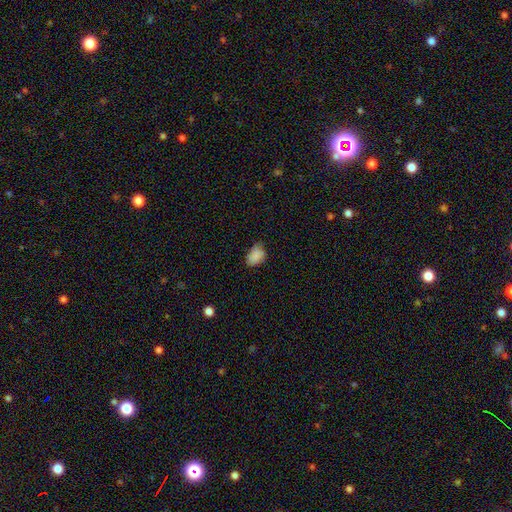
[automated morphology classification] Q: Smooth or featured?
A: smooth (85%); runner-up: star or artifact (9%)
Q: How rounded?
A: in between (82%); runner-up: round (17%)
Q: Merging?
A: none (57%); runner-up: minor disturbance (34%)